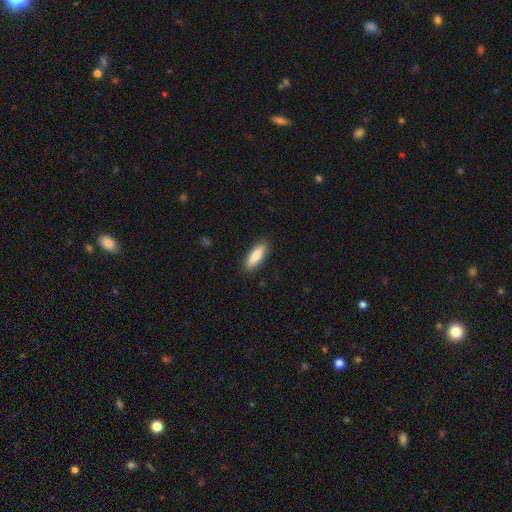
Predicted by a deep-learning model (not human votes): Overall: smooth (80%). How rounded: cigar-shaped (52%; in between 46%). Merging: none (90%).